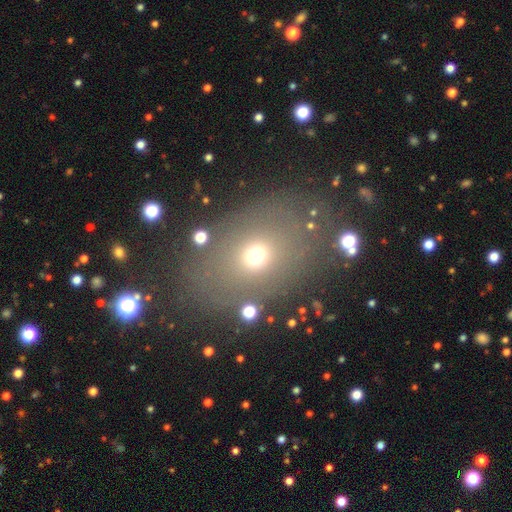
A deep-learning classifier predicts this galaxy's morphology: This is likely a smooth galaxy (64%). How rounded: possibly round (55%). Merging: likely none (67%).